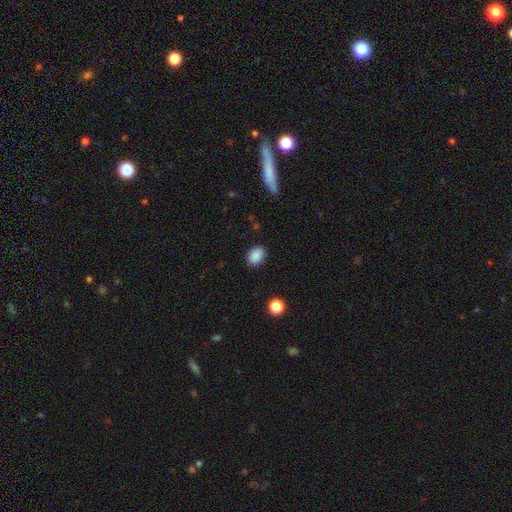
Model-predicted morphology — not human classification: This appears to be a smooth galaxy with no disk features (88%) that is in between round and cigar-shaped (65%). Merging: none (87%).